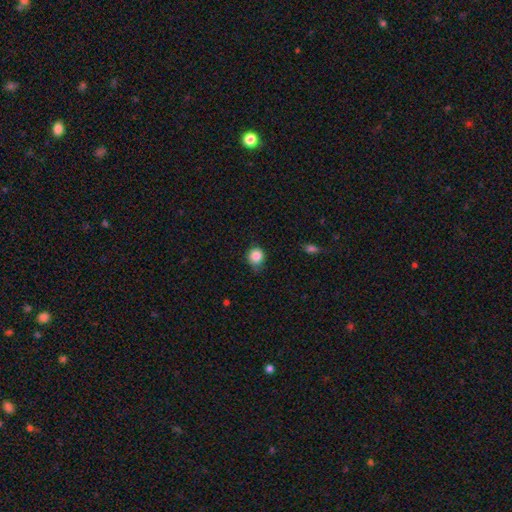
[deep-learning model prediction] Morphology: type=smooth (85%); roundness=round (81%); merging=none (66%).